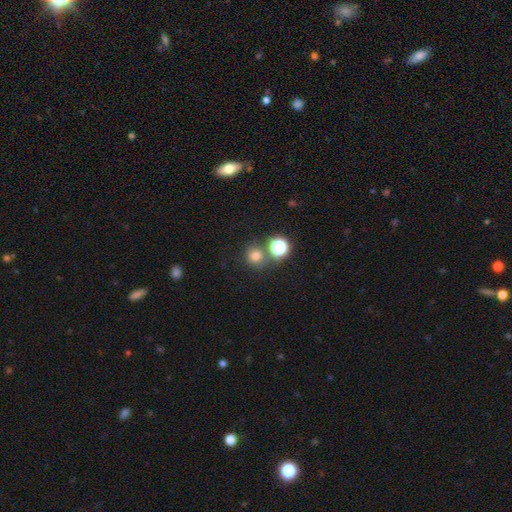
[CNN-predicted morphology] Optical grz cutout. It shows a smooth galaxy with no disk features (74%) that is round (87%). Merging: none (66%).